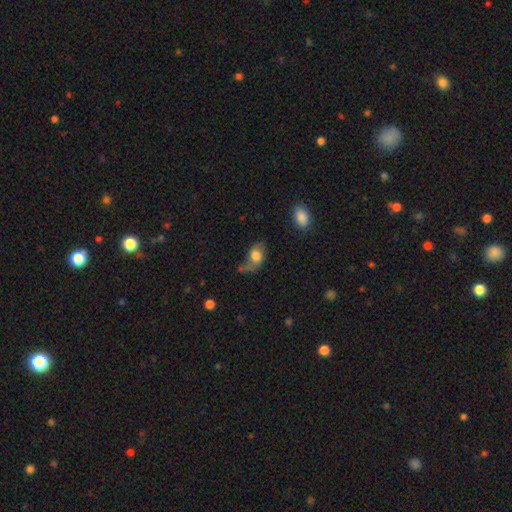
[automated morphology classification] type=smooth (64%); roundness=in between (76%); merging=none (35%).